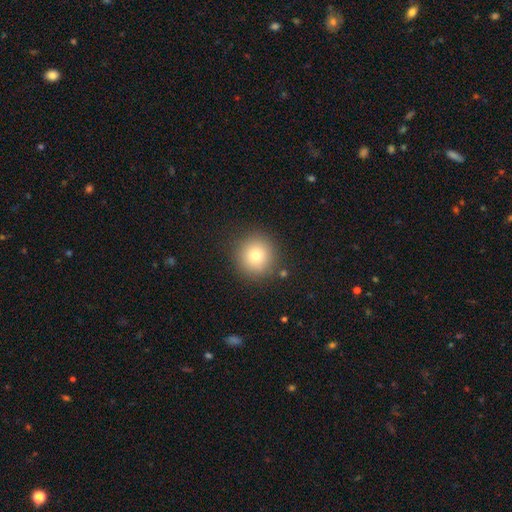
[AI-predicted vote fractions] Morphology: type=smooth (75%); roundness=round (95%); merging=none (87%).